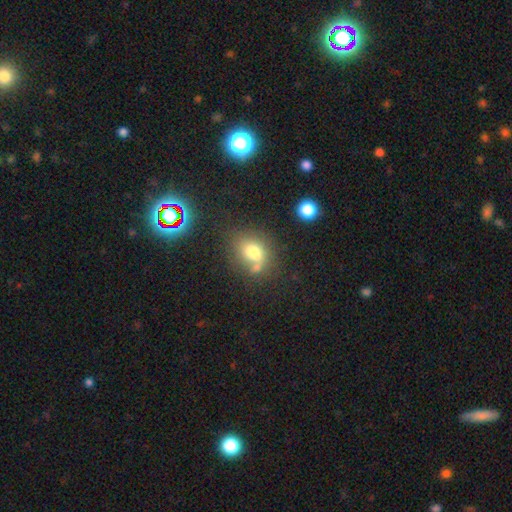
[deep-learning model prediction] Smooth or featured: smooth — 70% (star or artifact — 15%)
How rounded: round — 51% (in between — 47%)
Merging: none — 47% (merger — 26%)